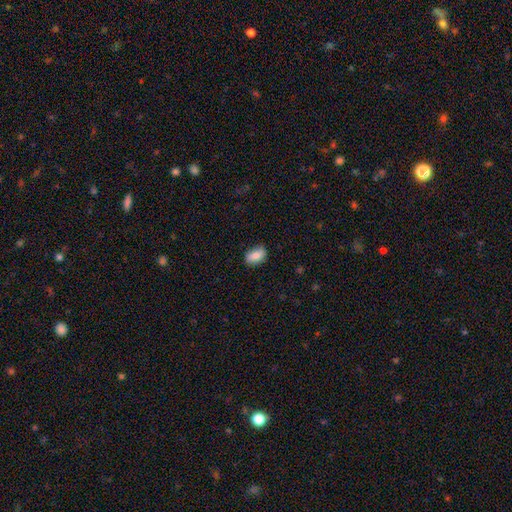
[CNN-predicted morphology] A smooth galaxy with no disk features (81%) that is in between round and cigar-shaped (88%). Merging: none (77%).